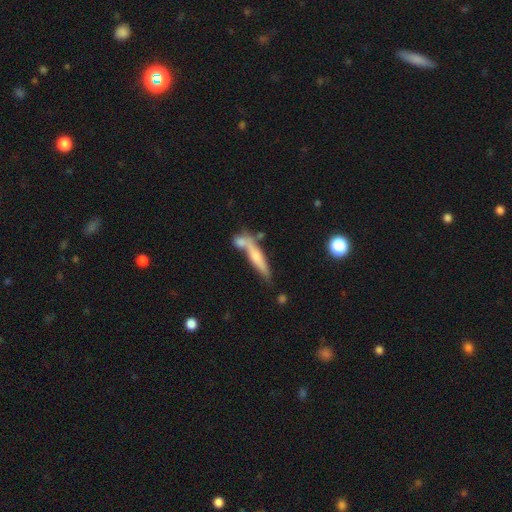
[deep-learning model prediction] Q: Smooth or featured?
A: smooth (52%); runner-up: featured or disk (41%)
Q: How rounded?
A: cigar-shaped (86%); runner-up: in between (12%)
Q: Merging?
A: none (50%); runner-up: merger (30%)